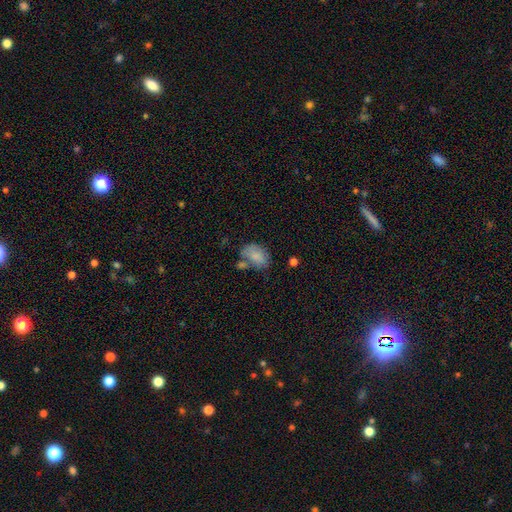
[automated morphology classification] A smooth galaxy with no disk features (79%) that is in between round and cigar-shaped (84%).

Vote fractions:
- Smooth or featured? smooth: 79% / featured or disk: 14% / star or artifact: 8%
- How rounded? in between: 84% / round: 15% / cigar-shaped: 1%
- Merging? none: 46% / minor disturbance: 24% / merger: 20% / major disturbance: 10%